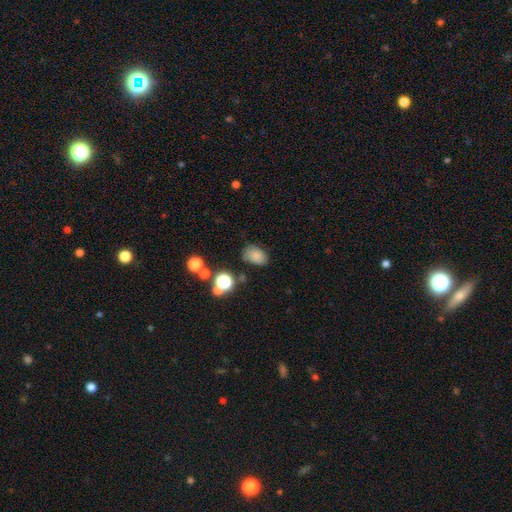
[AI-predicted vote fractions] Smooth or featured? smooth (78%)
How rounded? in between (79%)
Merging? none (69%)